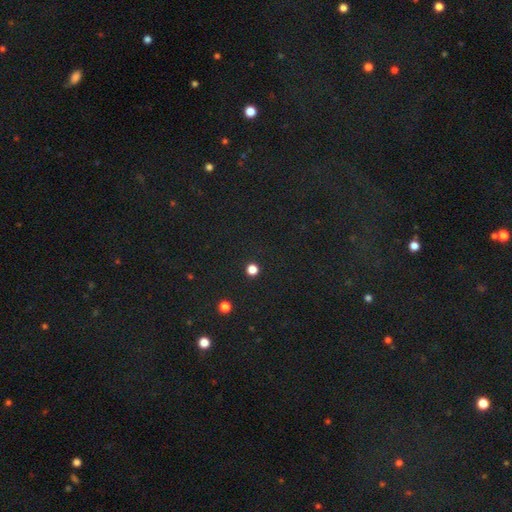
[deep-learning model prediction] This appears to be a star or artifact, not a galaxy (75%).